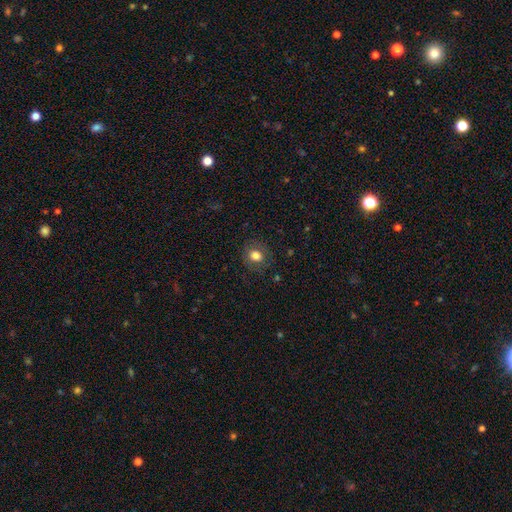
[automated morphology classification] smooth_or_featured: smooth (p=0.78) [alt: featured or disk p=0.12]
how_rounded: round (p=0.66) [alt: in between p=0.33]
merging: none (p=0.82) [alt: minor disturbance p=0.12]